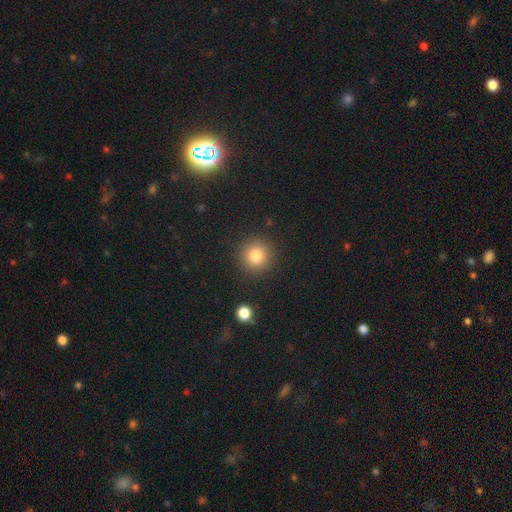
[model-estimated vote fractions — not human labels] Smooth or featured: smooth — 82% (star or artifact — 11%)
How rounded: round — 93% (in between — 6%)
Merging: none — 90% (minor disturbance — 6%)